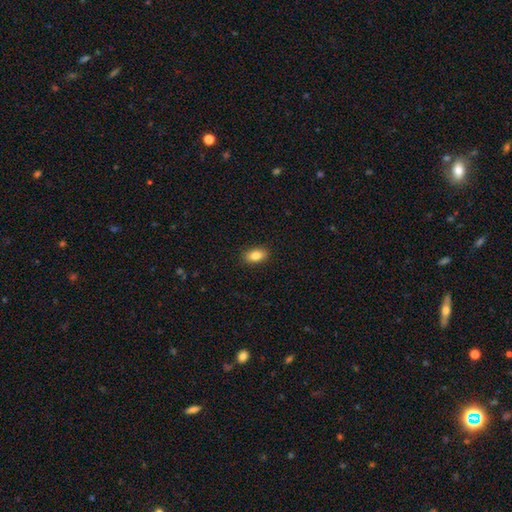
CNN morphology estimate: smooth_or_featured: smooth (p=0.86) [alt: star or artifact p=0.08]
how_rounded: in between (p=0.89) [alt: round p=0.08]
merging: none (p=0.89) [alt: minor disturbance p=0.08]